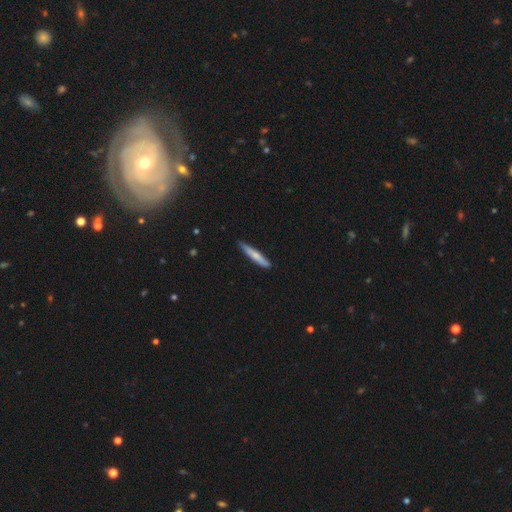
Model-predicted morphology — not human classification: type=smooth (68%); roundness=cigar-shaped (93%); merging=none (83%).